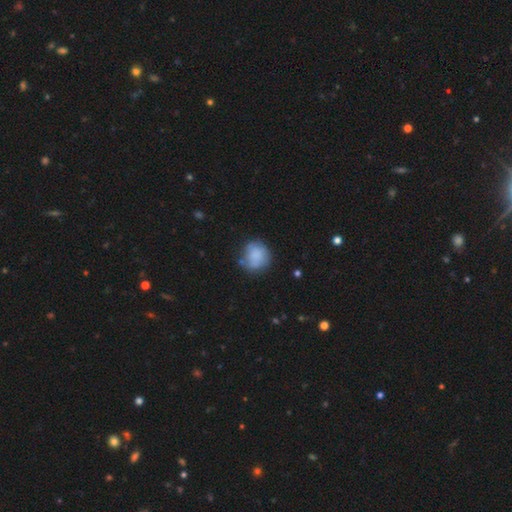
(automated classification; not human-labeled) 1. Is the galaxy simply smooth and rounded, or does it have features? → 75% smooth, 18% featured or disk, 8% star or artifact.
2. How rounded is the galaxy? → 80% round, 19% in between, 1% cigar-shaped.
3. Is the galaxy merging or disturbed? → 61% none, 25% minor disturbance, 9% major disturbance, 5% merger.